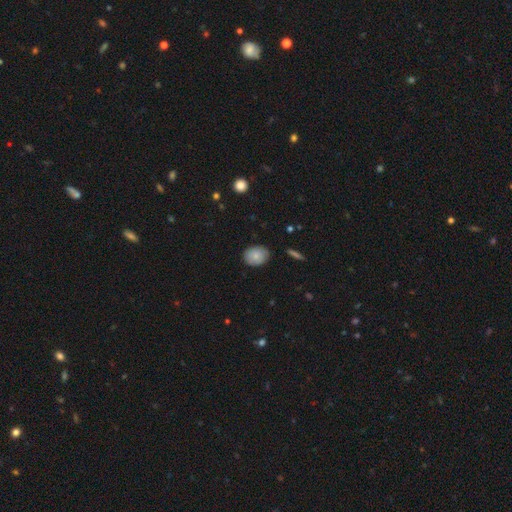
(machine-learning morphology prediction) type=smooth (81%); roundness=in between (61%); merging=none (83%).